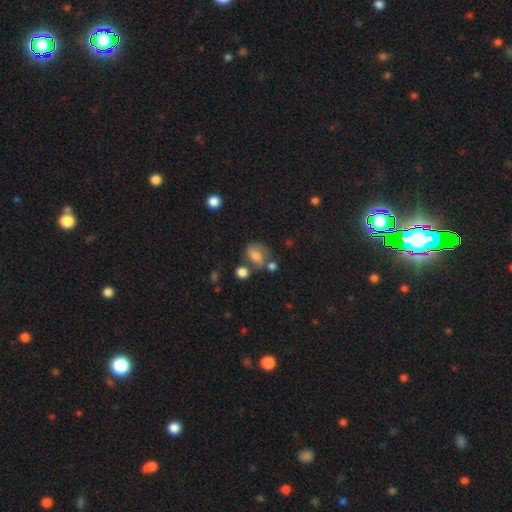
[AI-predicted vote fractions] Morphology: type=smooth (61%); roundness=in between (59%); merging=none (47%).